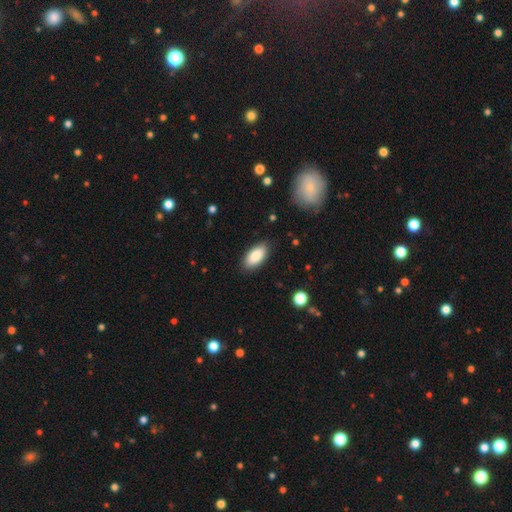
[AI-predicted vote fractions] smooth-or-featured: smooth: 88% | star or artifact: 6% | featured or disk: 6%
  how-rounded: in between: 92% | cigar-shaped: 5% | round: 2%
  merging: none: 86% | minor disturbance: 11% | major disturbance: 2% | merger: 1%